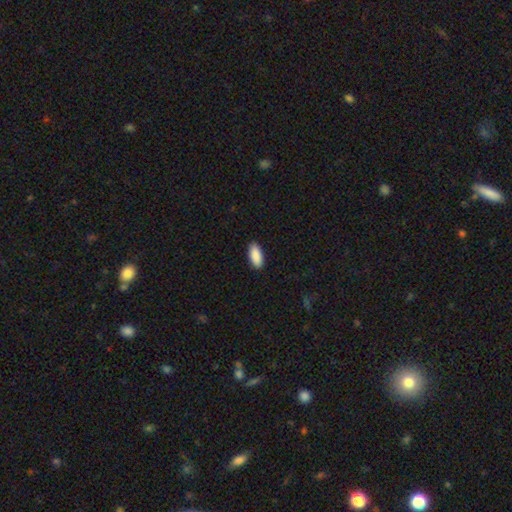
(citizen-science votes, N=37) Morphology: type=smooth (92%); roundness=in between (76%); merging=none (91%).